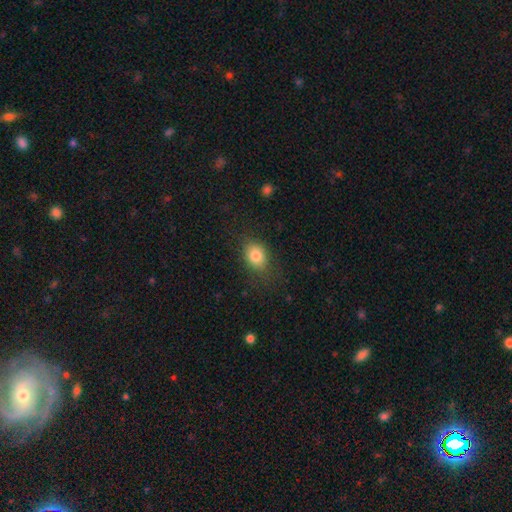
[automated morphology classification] Q: Smooth or featured?
A: smooth (82%); runner-up: star or artifact (10%)
Q: How rounded?
A: in between (61%); runner-up: round (38%)
Q: Merging?
A: none (76%); runner-up: minor disturbance (16%)